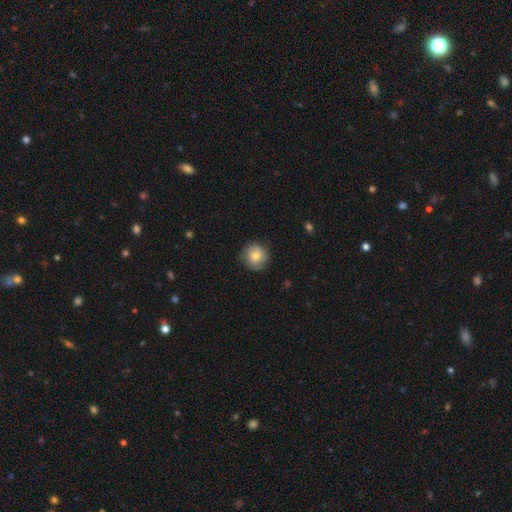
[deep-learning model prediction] Q: Smooth or featured?
A: smooth (67%); runner-up: featured or disk (25%)
Q: How rounded?
A: round (91%); runner-up: in between (8%)
Q: Merging?
A: none (79%); runner-up: minor disturbance (16%)